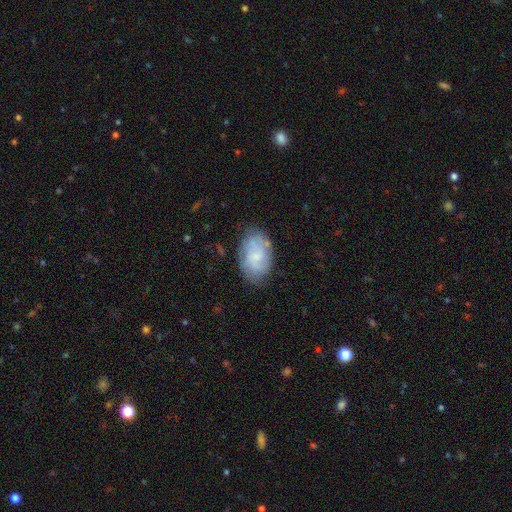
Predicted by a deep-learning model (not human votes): Morphology: type=featured or disk (47%); merging=none (72%).